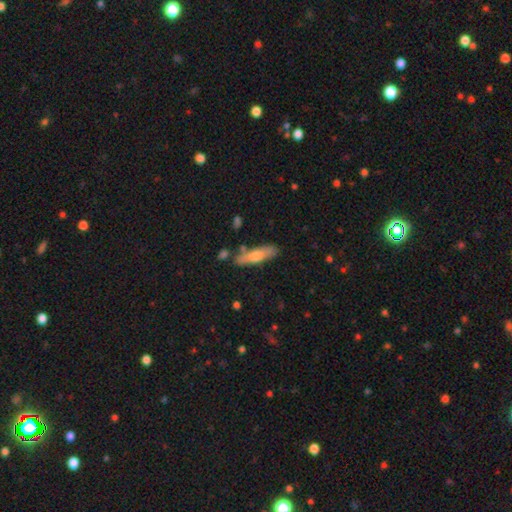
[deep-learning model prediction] smooth-or-featured: smooth: 62% | featured or disk: 32% | star or artifact: 6%
  how-rounded: cigar-shaped: 73% | in between: 25% | round: 2%
  merging: none: 75% | minor disturbance: 15% | merger: 7% | major disturbance: 3%